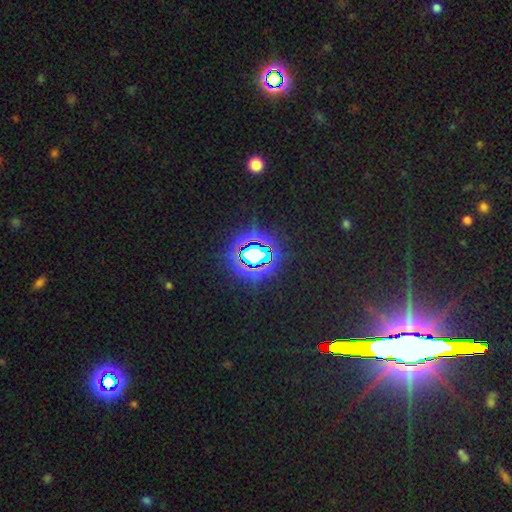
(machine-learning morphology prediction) Smooth or featured? star or artifact (75%)